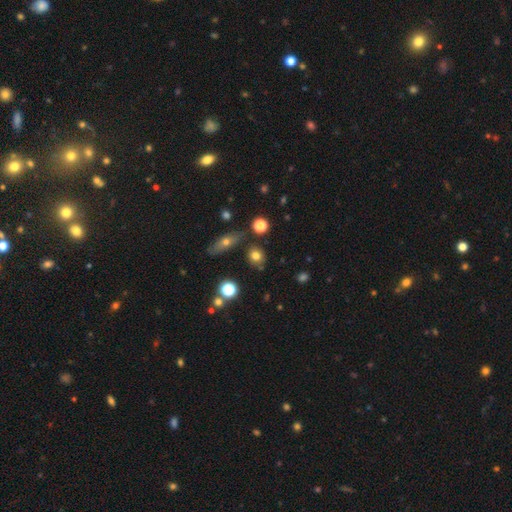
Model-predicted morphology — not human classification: Smooth or featured?
  - smooth: 76% *
  - star or artifact: 13%
  - featured or disk: 10%
How rounded?
  - round: 76% *
  - in between: 22%
  - cigar-shaped: 2%
Merging?
  - none: 79% *
  - minor disturbance: 11%
  - merger: 8%
  - major disturbance: 3%